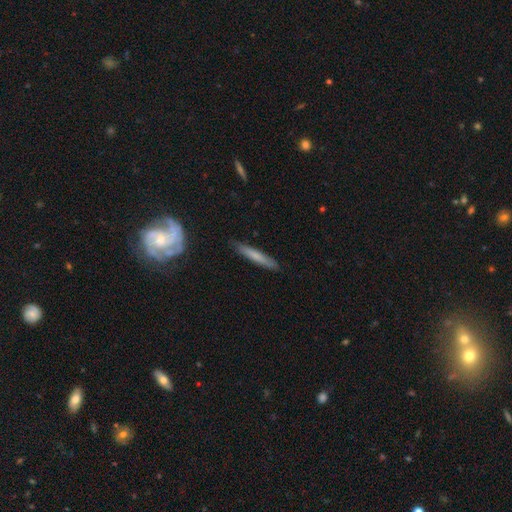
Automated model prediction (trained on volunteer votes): A smooth galaxy with no disk features (60%) that is cigar-shaped (93%).

Vote fractions:
- Smooth or featured? smooth: 60% / featured or disk: 34% / star or artifact: 6%
- How rounded? cigar-shaped: 93% / in between: 5% / round: 2%
- Merging? none: 85% / minor disturbance: 11% / major disturbance: 2% / merger: 2%